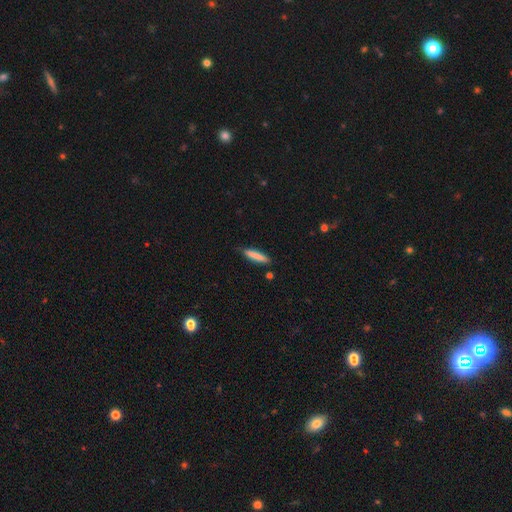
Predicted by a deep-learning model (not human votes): smooth 81%, featured or disk 13%, star or artifact 6%. Down the decision tree: how rounded — cigar-shaped (88%); merging — none (80%).